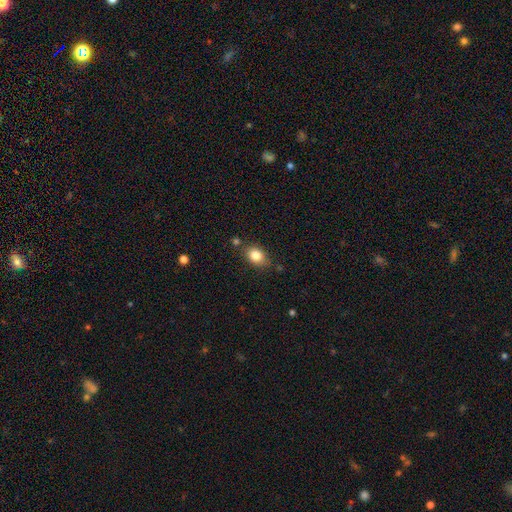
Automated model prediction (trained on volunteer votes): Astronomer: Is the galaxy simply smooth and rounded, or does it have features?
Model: smooth — 83%.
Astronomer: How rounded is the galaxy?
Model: in between — 73%.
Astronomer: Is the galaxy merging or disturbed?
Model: none — 74%.